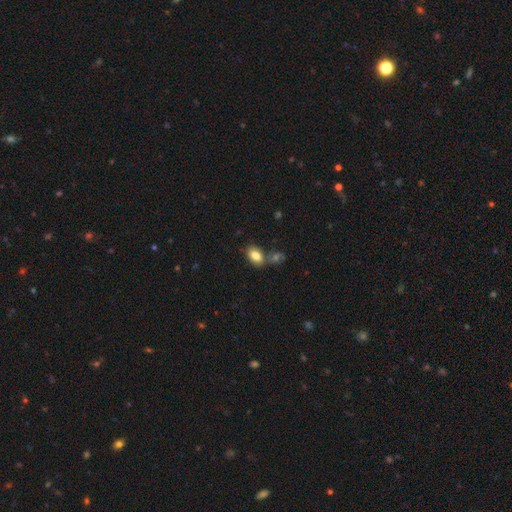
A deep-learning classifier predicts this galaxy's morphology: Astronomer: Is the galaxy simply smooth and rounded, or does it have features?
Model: smooth — 83%.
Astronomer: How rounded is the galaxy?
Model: in between — 87%.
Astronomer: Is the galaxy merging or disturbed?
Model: none — 61%.